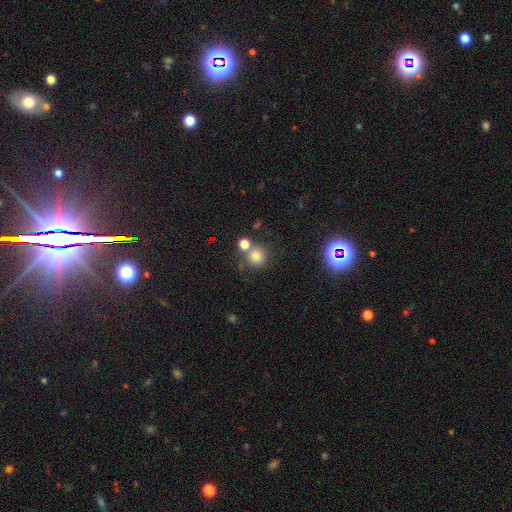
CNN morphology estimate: A smooth galaxy with no disk features (76%) that is round (91%). Merging: none (65%).